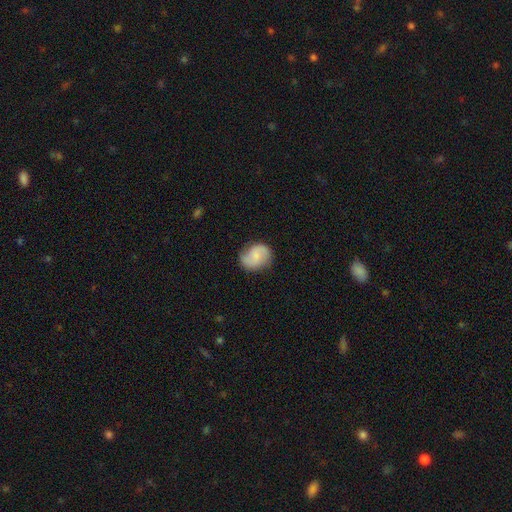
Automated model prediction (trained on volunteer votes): A smooth galaxy with no disk features (48%). Merging: none (76%).